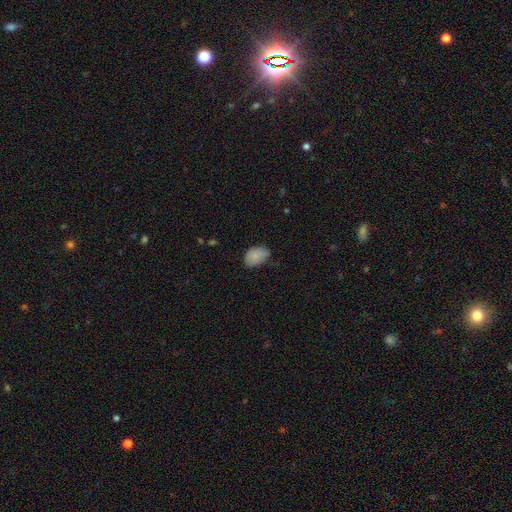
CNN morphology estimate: This appears to be a smooth galaxy with no disk features (84%) that is in between round and cigar-shaped (86%). Merging: none (57%).